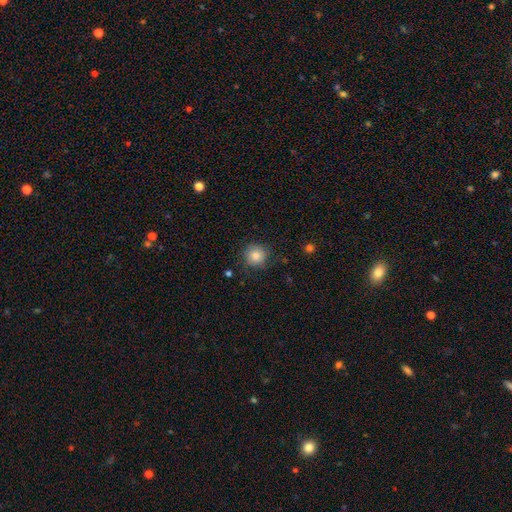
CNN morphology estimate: Q: Smooth or featured?
A: smooth (83%); runner-up: star or artifact (10%)
Q: How rounded?
A: round (93%); runner-up: in between (6%)
Q: Merging?
A: none (84%); runner-up: minor disturbance (12%)